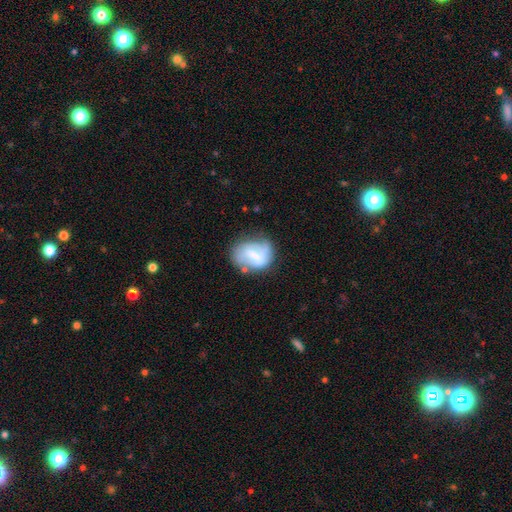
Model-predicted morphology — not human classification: smooth_or_featured: featured or disk (p=0.50) [alt: smooth p=0.43]
merging: none (p=0.51) [alt: minor disturbance p=0.29]